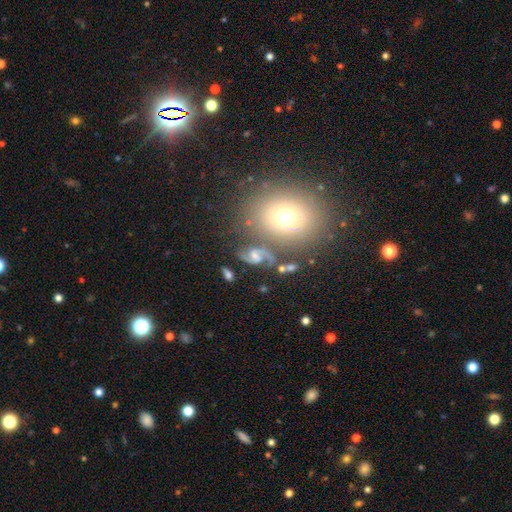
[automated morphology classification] Smooth or featured? featured or disk (76%)
Edge-on disk? no (97%)
Bar? no (47%)
Spiral arms? yes (93%)
Spiral winding? loose (45%)
Spiral arm count? 2 (89%)
Bulge size? moderate (46%)
Merging? none (57%)